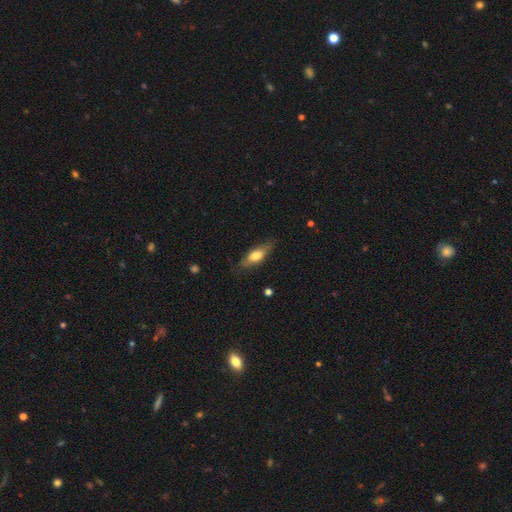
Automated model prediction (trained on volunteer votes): Q: Smooth or featured?
A: smooth (67%); runner-up: featured or disk (26%)
Q: How rounded?
A: in between (65%); runner-up: cigar-shaped (32%)
Q: Merging?
A: none (77%); runner-up: minor disturbance (17%)